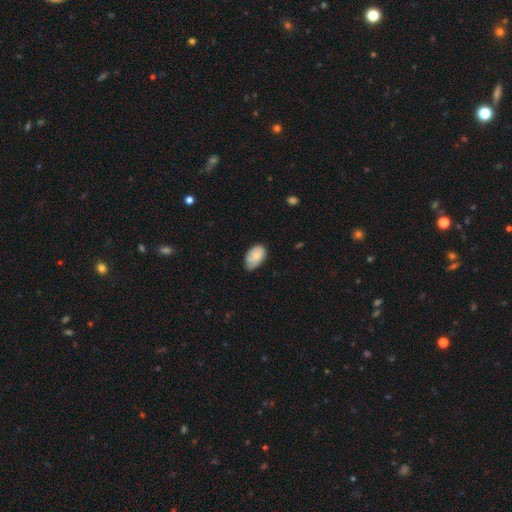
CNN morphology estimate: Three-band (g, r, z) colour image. It shows a smooth galaxy with no disk features (76%) that is in between round and cigar-shaped (92%). Merging: none (61%).